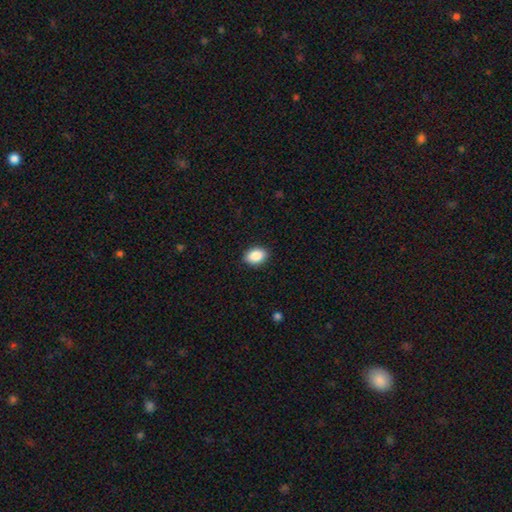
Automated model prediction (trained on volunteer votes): Smooth or featured: smooth — 88% (star or artifact — 7%)
How rounded: in between — 83% (round — 16%)
Merging: none — 89% (minor disturbance — 8%)